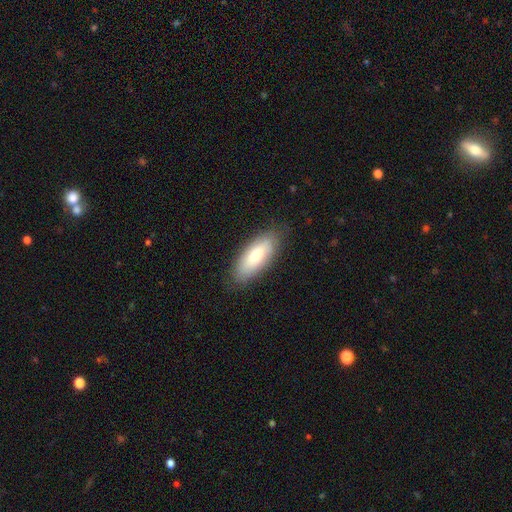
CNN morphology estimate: Smooth or featured: smooth — 69% (featured or disk — 25%)
How rounded: in between — 79% (cigar-shaped — 19%)
Merging: none — 83% (minor disturbance — 13%)